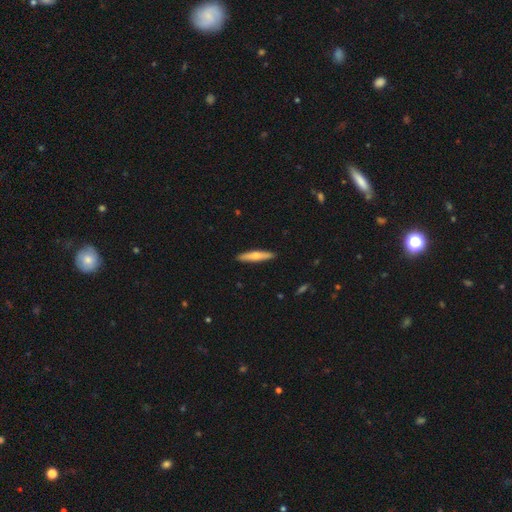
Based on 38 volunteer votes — Morphology: type=smooth (50%); roundness=cigar-shaped (89%); merging=none (92%).